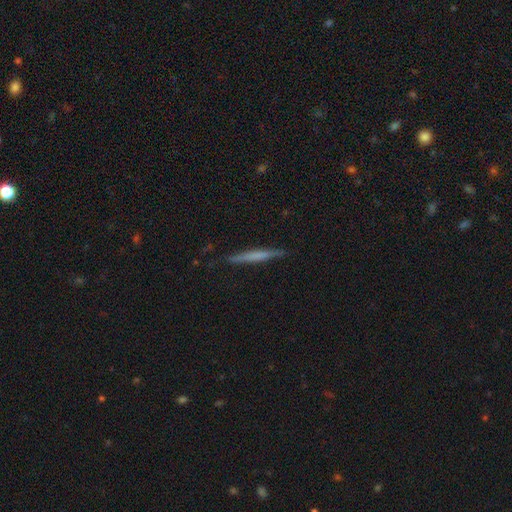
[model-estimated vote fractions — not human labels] Morphology: type=smooth (48%); merging=none (86%).